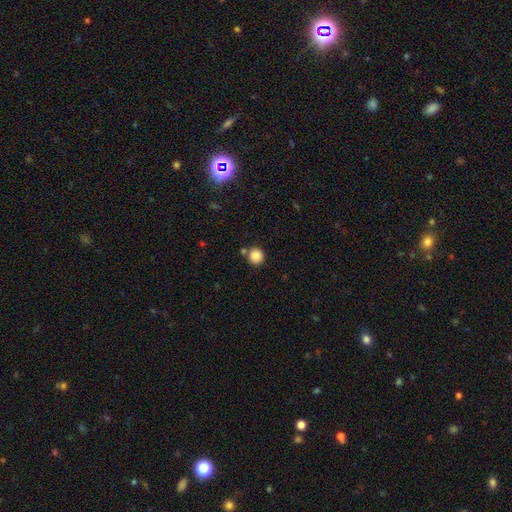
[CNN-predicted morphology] Overall: smooth (85%). How rounded: round (90%). Merging: none (74%).